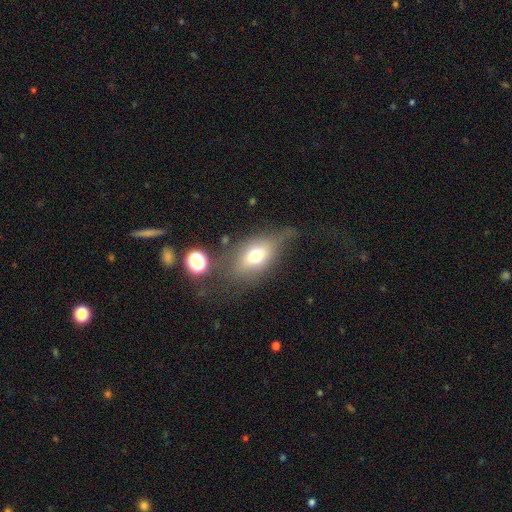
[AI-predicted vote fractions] This appears to be a smooth galaxy with no disk features (61%) that is in between round and cigar-shaped (74%). Merging: none (53%).